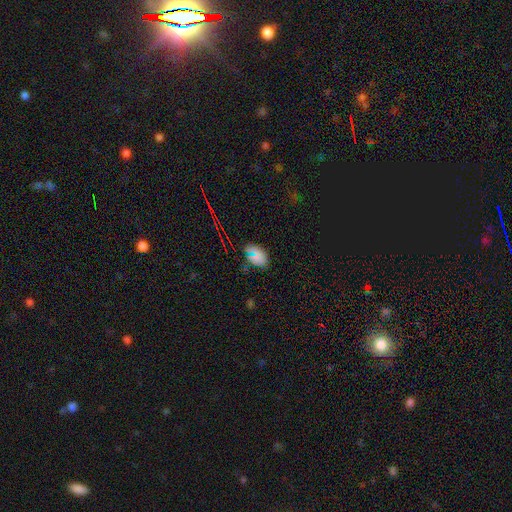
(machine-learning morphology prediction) Smooth or featured?
  - smooth: 67% *
  - star or artifact: 24%
  - featured or disk: 9%
How rounded?
  - in between: 90% *
  - round: 8%
  - cigar-shaped: 2%
Merging?
  - none: 76% *
  - minor disturbance: 17%
  - major disturbance: 5%
  - merger: 3%